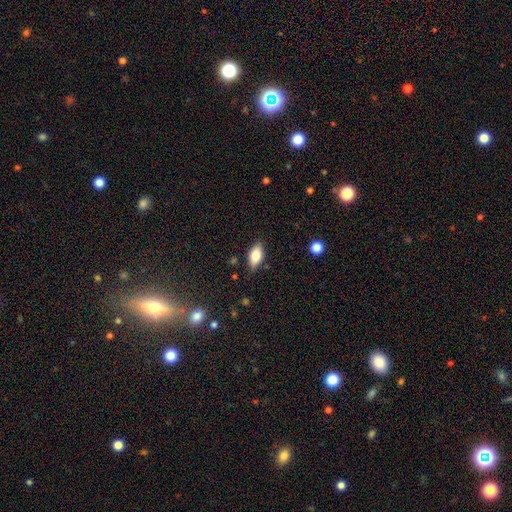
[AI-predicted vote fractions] This is clearly a smooth galaxy (80%). How rounded: clearly in between (90%). Merging: clearly none (83%).